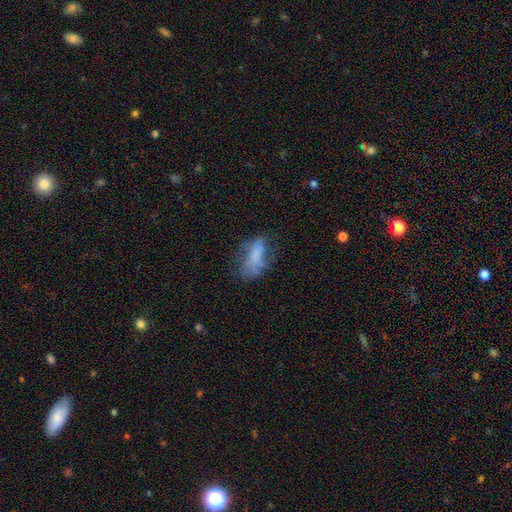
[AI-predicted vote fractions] smooth-or-featured: smooth: 60% | featured or disk: 28% | star or artifact: 13%
  how-rounded: in between: 84% | cigar-shaped: 11% | round: 5%
  merging: none: 42% | minor disturbance: 27% | major disturbance: 27% | merger: 4%